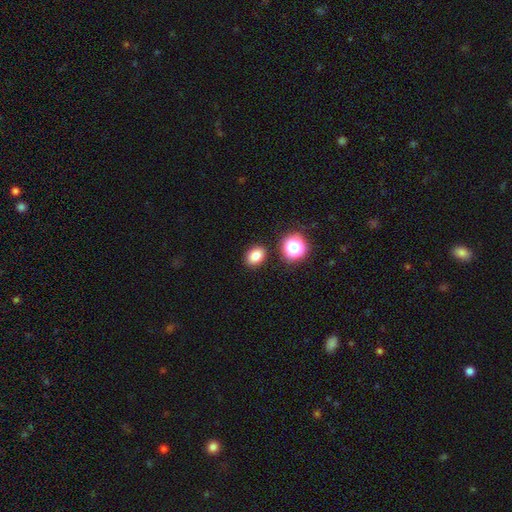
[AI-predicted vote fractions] Smooth or featured?
  - smooth: 79% *
  - star or artifact: 14%
  - featured or disk: 7%
How rounded?
  - in between: 62% *
  - round: 37%
  - cigar-shaped: 1%
Merging?
  - none: 86% *
  - minor disturbance: 8%
  - merger: 4%
  - major disturbance: 3%